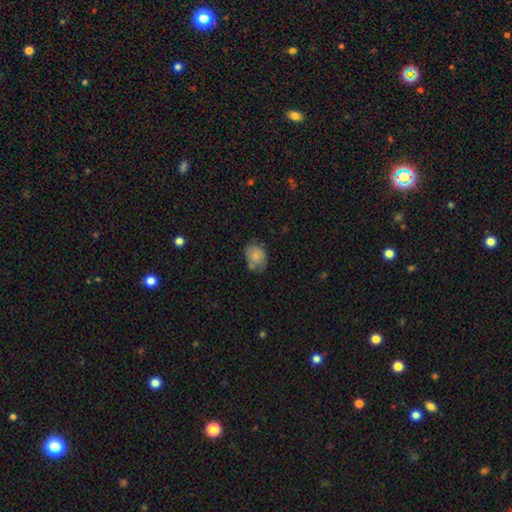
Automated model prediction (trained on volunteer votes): Smooth or featured: smooth — 70% (featured or disk — 22%)
How rounded: in between — 62% (round — 37%)
Merging: none — 46% (minor disturbance — 32%)